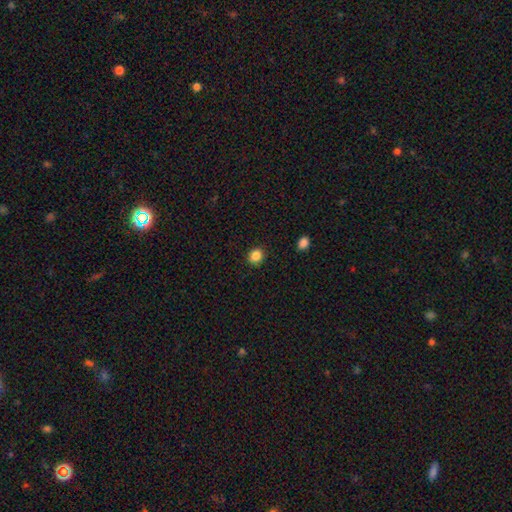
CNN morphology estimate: smooth_or_featured: smooth (p=0.86) [alt: star or artifact p=0.11]
how_rounded: round (p=0.80) [alt: in between p=0.20]
merging: none (p=0.91) [alt: minor disturbance p=0.06]